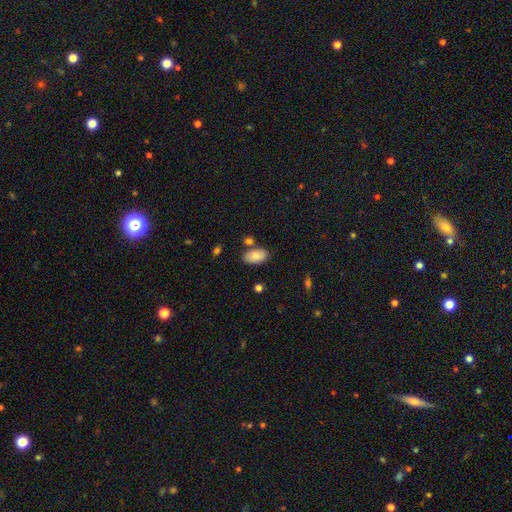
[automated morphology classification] This appears to be a smooth galaxy with no disk features (82%) that is in between round and cigar-shaped (94%). Merging: none (74%).